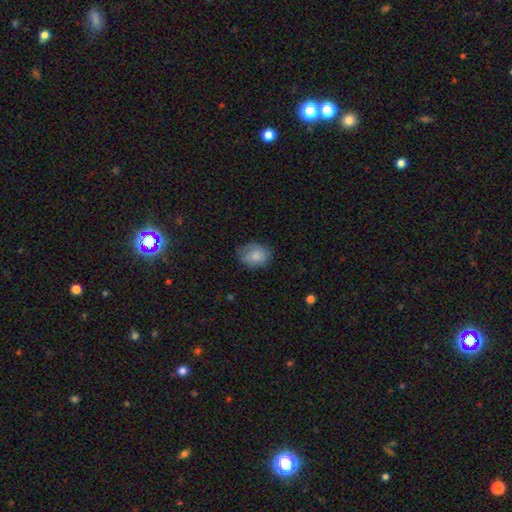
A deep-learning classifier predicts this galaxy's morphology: The model was most divided on "how rounded": in between: 65%, round: 34%, cigar-shaped: 1%. More confident: smooth or featured — smooth (82%); merging — none (73%).